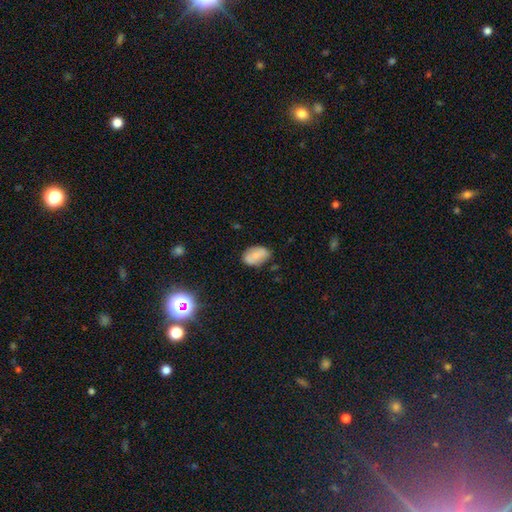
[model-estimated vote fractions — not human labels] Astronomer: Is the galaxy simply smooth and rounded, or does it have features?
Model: smooth — 79%.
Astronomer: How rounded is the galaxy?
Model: in between — 90%.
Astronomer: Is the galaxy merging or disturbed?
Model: none — 71%.